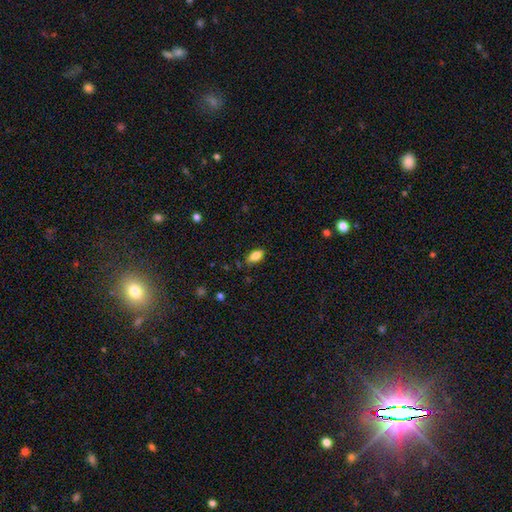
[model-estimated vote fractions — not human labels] Q: Smooth or featured?
A: smooth (83%); runner-up: featured or disk (9%)
Q: How rounded?
A: in between (89%); runner-up: cigar-shaped (8%)
Q: Merging?
A: none (81%); runner-up: minor disturbance (14%)